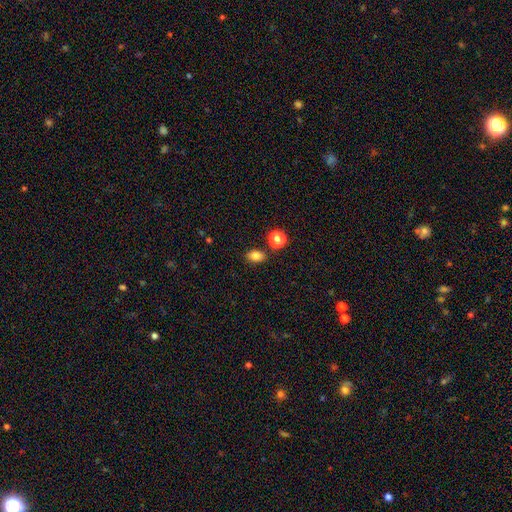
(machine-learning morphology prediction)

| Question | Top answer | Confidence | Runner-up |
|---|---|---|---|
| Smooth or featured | smooth | 81% | star or artifact (12%) |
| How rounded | in between | 75% | round (23%) |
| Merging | none | 80% | minor disturbance (11%) |